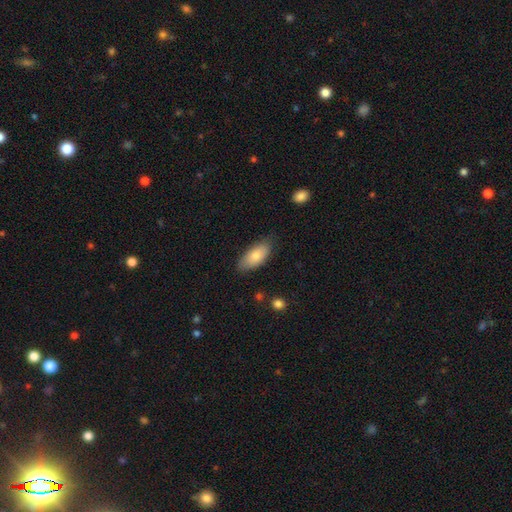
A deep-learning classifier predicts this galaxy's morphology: The model was most divided on "merging": none: 78%, minor disturbance: 17%, major disturbance: 3%, merger: 1%. More confident: how rounded — in between (87%); smooth or featured — smooth (80%).